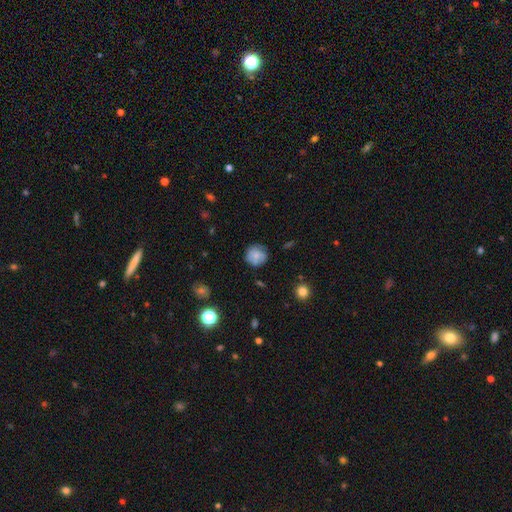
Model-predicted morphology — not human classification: This is likely a smooth galaxy (61%). How rounded: clearly round (85%). Merging: likely none (69%).